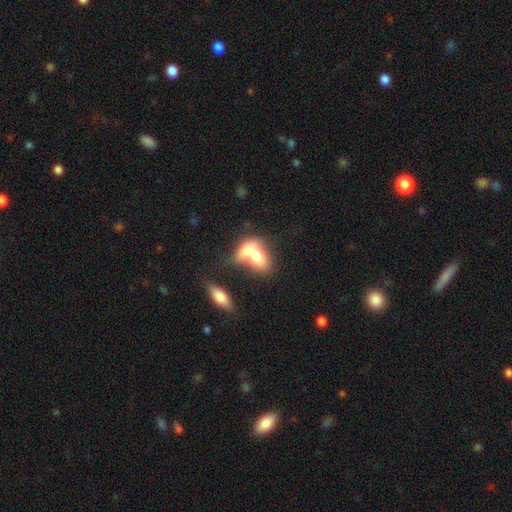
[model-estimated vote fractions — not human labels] smooth 68%, featured or disk 25%, star or artifact 7%. Down the decision tree: how rounded — in between (79%); merging — merger (76%).